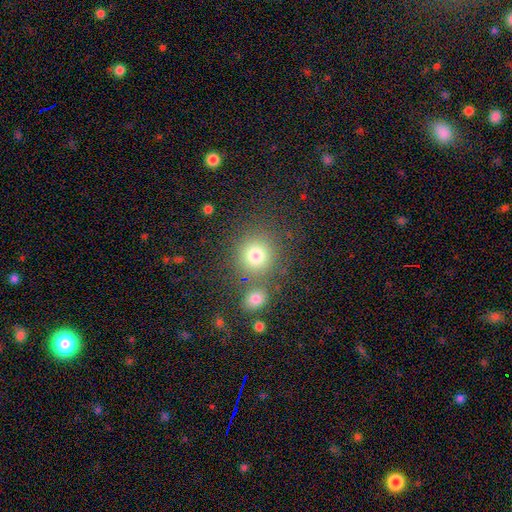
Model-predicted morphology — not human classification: smooth 78%, star or artifact 14%, featured or disk 8%. Down the decision tree: how rounded — round (88%); merging — none (73%).